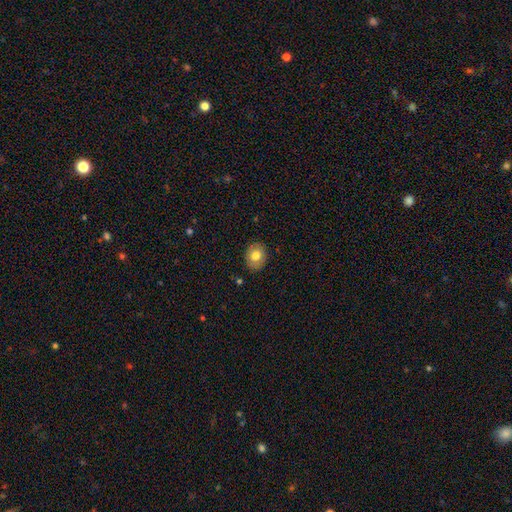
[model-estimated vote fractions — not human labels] Smooth or featured? smooth (77%)
How rounded? in between (52%)
Merging? none (86%)